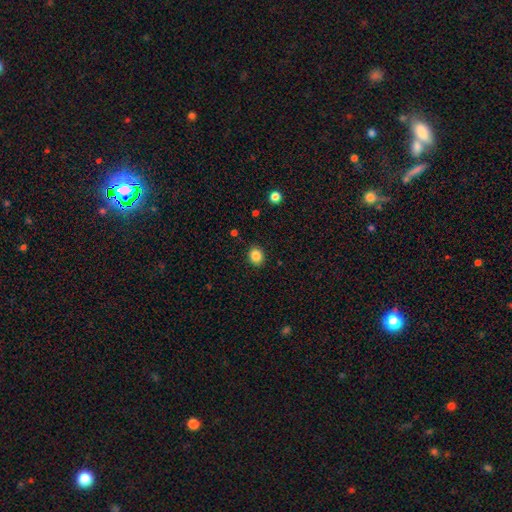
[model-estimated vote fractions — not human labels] smooth 85%, star or artifact 10%, featured or disk 4%. Down the decision tree: how rounded — round (68%); merging — none (89%).